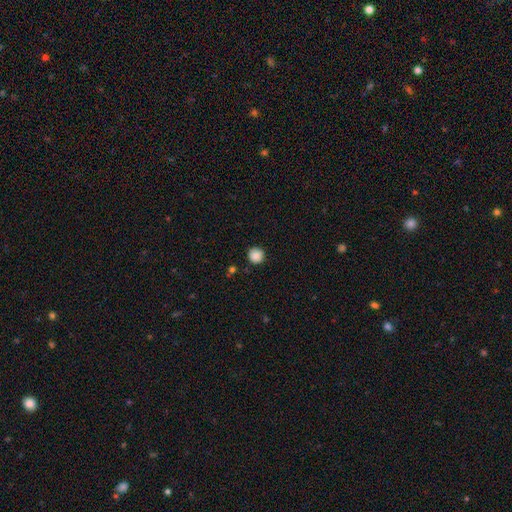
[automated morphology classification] This appears to be a smooth galaxy with no disk features (87%) that is round (94%). Merging: none (89%).